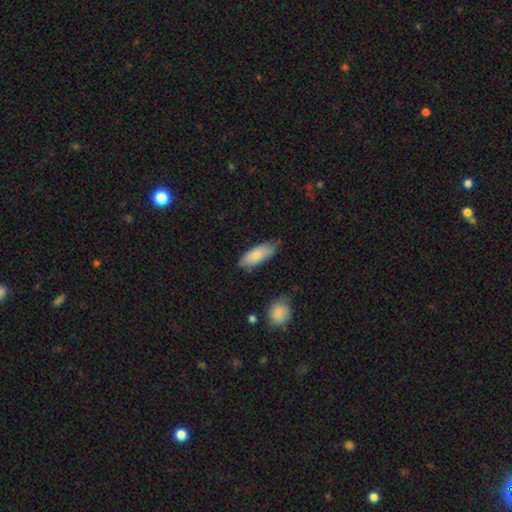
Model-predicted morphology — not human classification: Smooth or featured? smooth (77%)
How rounded? in between (75%)
Merging? none (75%)